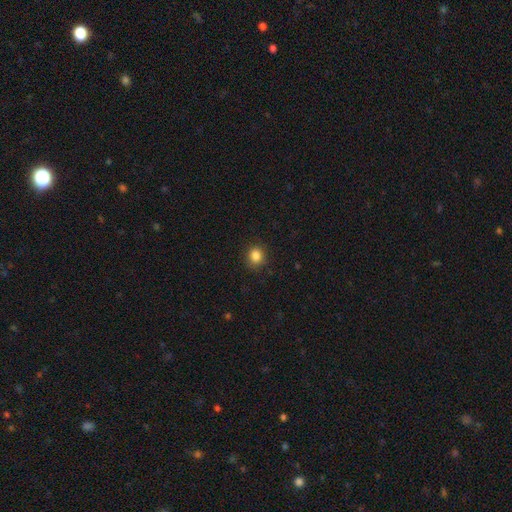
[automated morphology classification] Smooth or featured?
  - smooth: 85% *
  - star or artifact: 11%
  - featured or disk: 4%
How rounded?
  - round: 78% *
  - in between: 21%
  - cigar-shaped: 1%
Merging?
  - none: 88% *
  - minor disturbance: 9%
  - major disturbance: 2%
  - merger: 1%